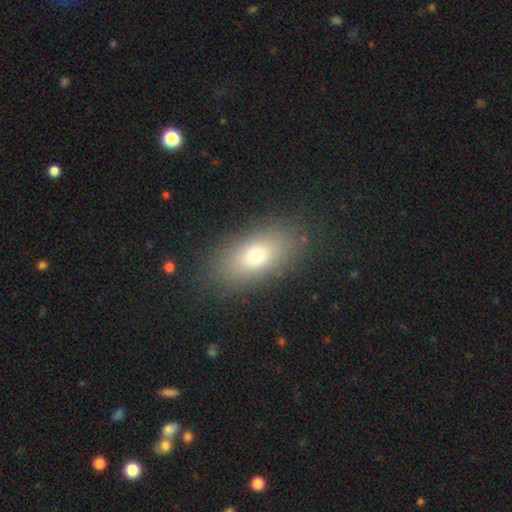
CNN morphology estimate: This is likely a smooth galaxy (71%). How rounded: clearly in between (85%). Merging: clearly none (86%).